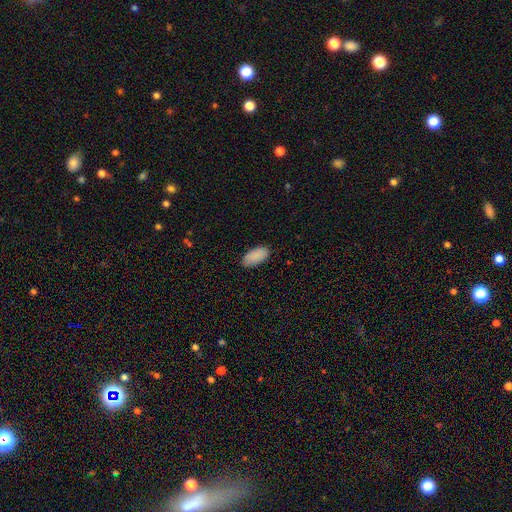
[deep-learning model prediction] Smooth or featured: smooth — 89% (star or artifact — 7%)
How rounded: in between — 93% (cigar-shaped — 5%)
Merging: none — 85% (minor disturbance — 12%)